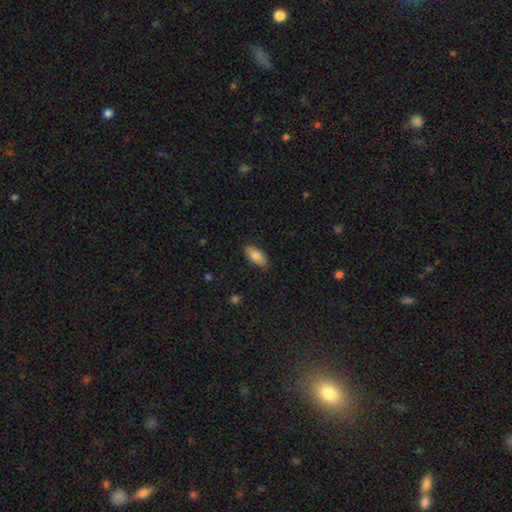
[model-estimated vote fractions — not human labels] Smooth or featured: smooth — 81% (featured or disk — 13%)
How rounded: in between — 86% (cigar-shaped — 12%)
Merging: none — 84% (minor disturbance — 13%)